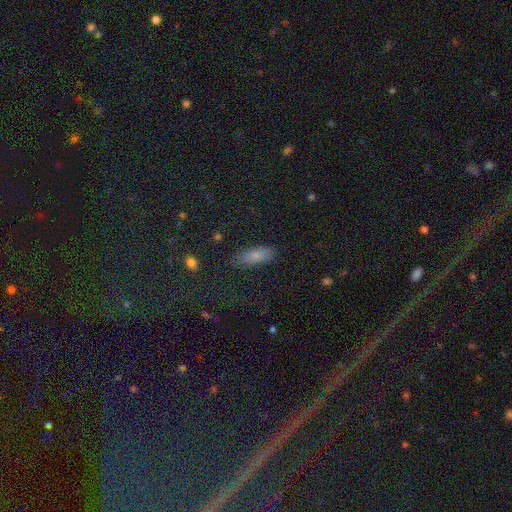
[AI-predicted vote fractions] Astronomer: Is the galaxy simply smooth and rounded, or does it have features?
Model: smooth — 79%.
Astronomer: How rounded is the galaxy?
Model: in between — 66%.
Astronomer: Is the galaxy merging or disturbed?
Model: none — 83%.